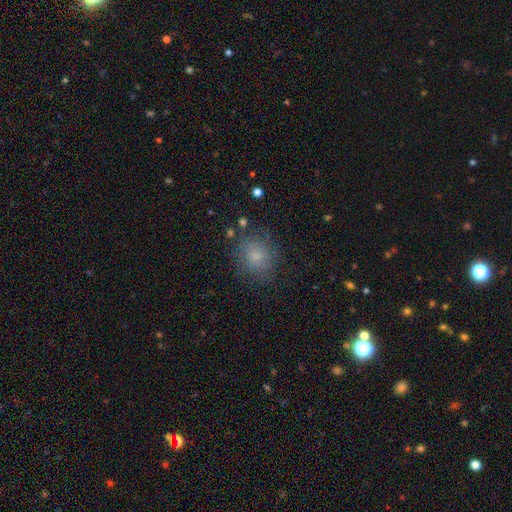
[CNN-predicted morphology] smooth_or_featured: smooth (p=0.74) [alt: star or artifact p=0.14]
how_rounded: round (p=0.72) [alt: in between p=0.27]
merging: none (p=0.77) [alt: minor disturbance p=0.15]